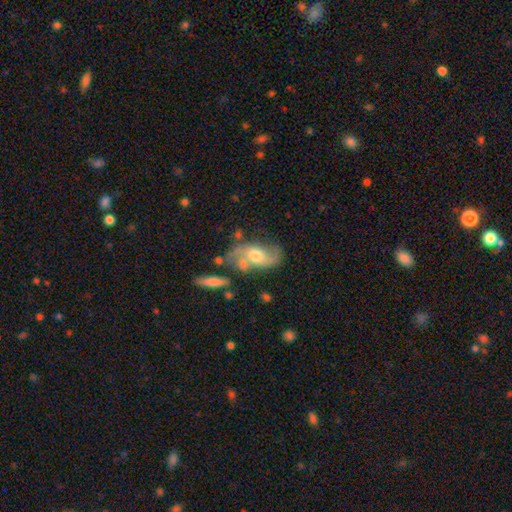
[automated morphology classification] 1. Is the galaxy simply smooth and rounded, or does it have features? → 71% featured or disk, 22% smooth, 7% star or artifact.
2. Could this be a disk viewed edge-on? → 93% no, 7% yes.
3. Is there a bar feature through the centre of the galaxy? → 58% no, 33% weak, 8% strong.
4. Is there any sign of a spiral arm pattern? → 88% yes, 12% no.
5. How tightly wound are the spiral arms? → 55% loose, 35% medium, 10% tight.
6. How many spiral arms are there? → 86% 2, 7% can't tell, 3% 1, 1% 3, 1% 4, 1% more than 4.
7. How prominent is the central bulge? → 66% moderate, 18% small, 12% large, 2% none, 1% dominant.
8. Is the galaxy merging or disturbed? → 49% none, 21% merger, 20% minor disturbance, 11% major disturbance.